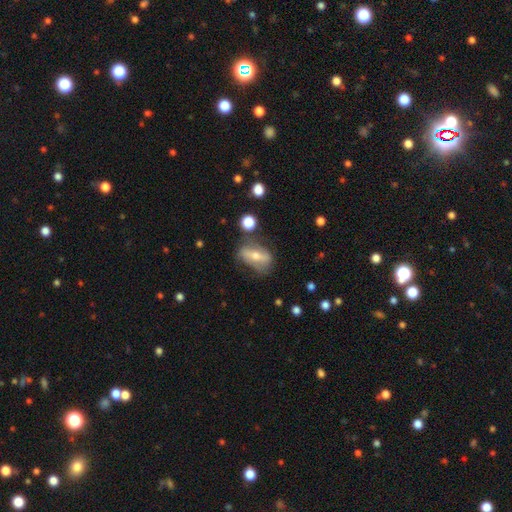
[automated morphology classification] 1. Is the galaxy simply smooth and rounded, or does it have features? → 52% featured or disk, 40% smooth, 8% star or artifact.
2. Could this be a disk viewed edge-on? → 72% no, 28% yes.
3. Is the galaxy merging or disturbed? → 62% none, 22% minor disturbance, 12% major disturbance, 5% merger.